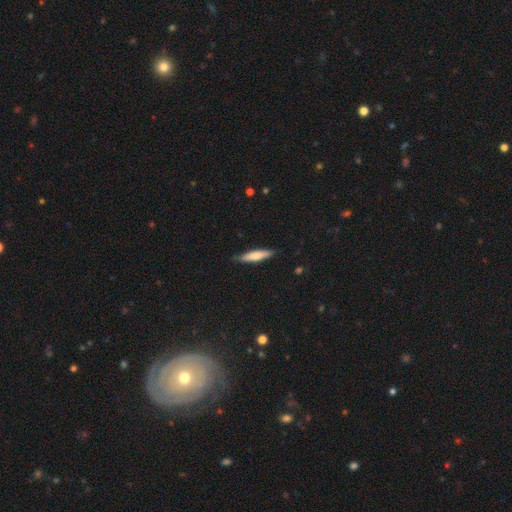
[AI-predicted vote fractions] Smooth or featured? smooth (70%)
How rounded? cigar-shaped (81%)
Merging? none (83%)